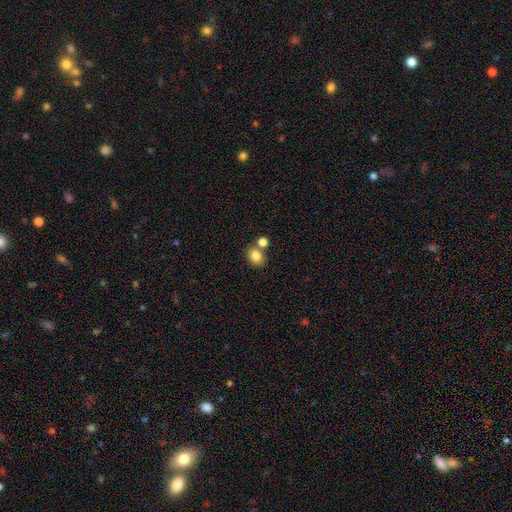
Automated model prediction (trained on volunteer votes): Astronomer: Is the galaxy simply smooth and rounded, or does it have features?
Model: smooth — 83%.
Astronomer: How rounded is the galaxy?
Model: round — 53% (runner-up: in between, 46%).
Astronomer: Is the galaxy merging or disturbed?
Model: none — 63%.